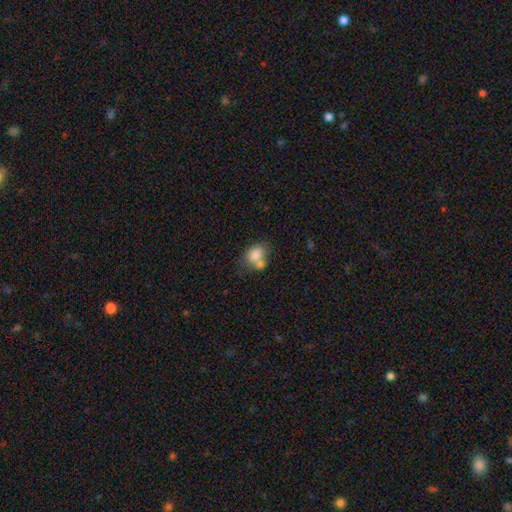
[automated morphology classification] smooth 79%, featured or disk 13%, star or artifact 9%. Down the decision tree: how rounded — in between (70%); merging — merger (47%).